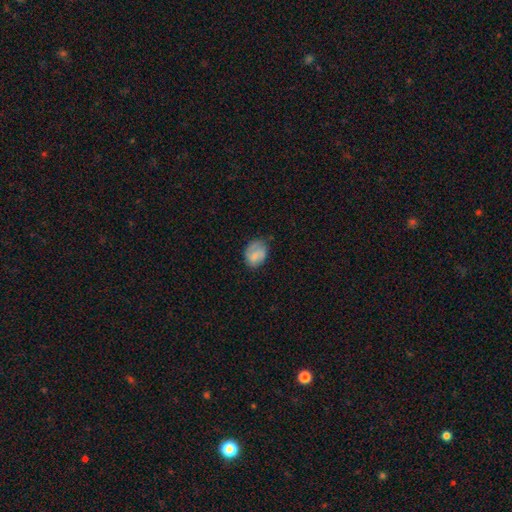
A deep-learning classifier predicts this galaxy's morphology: Smooth or featured?
  - smooth: 68% *
  - featured or disk: 24%
  - star or artifact: 8%
How rounded?
  - in between: 62% *
  - round: 37%
  - cigar-shaped: 1%
Merging?
  - none: 55% *
  - minor disturbance: 31%
  - major disturbance: 12%
  - merger: 2%